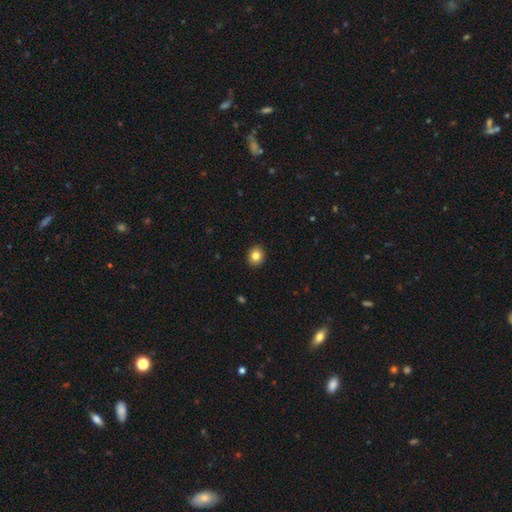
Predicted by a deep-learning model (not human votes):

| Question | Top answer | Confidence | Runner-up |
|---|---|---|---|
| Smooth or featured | smooth | 83% | star or artifact (10%) |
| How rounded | round | 77% | in between (22%) |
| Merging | none | 92% | minor disturbance (5%) |